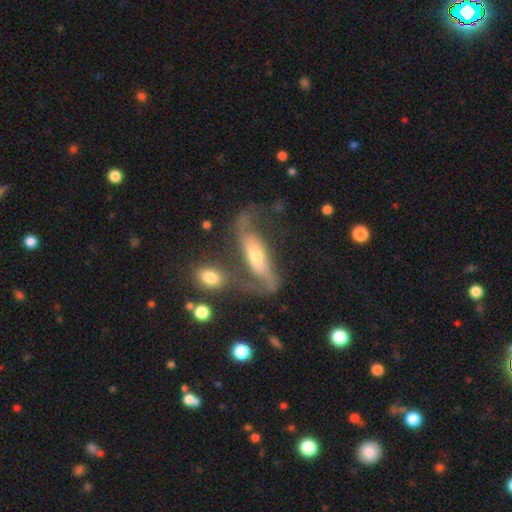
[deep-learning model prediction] featured or disk 73%, smooth 20%, star or artifact 7%. Down the decision tree: edge-on disk — no (77%); bar — no (44%); spiral arms — yes (87%); bulge size — moderate (56%); merging — none (37%).